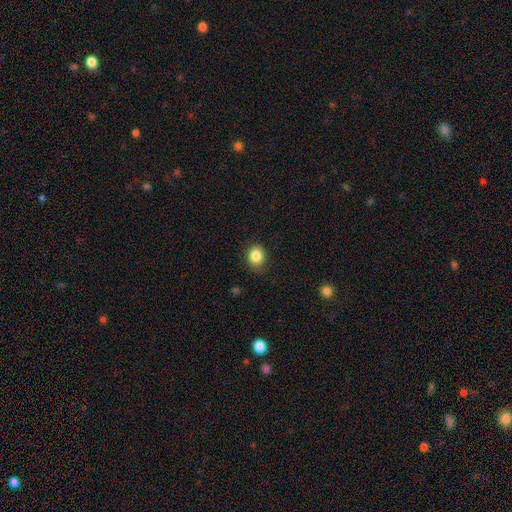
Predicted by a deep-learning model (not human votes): Smooth or featured? Predicted: smooth (p=0.84). How rounded? Predicted: round (p=0.57). Merging? Predicted: none (p=0.81).